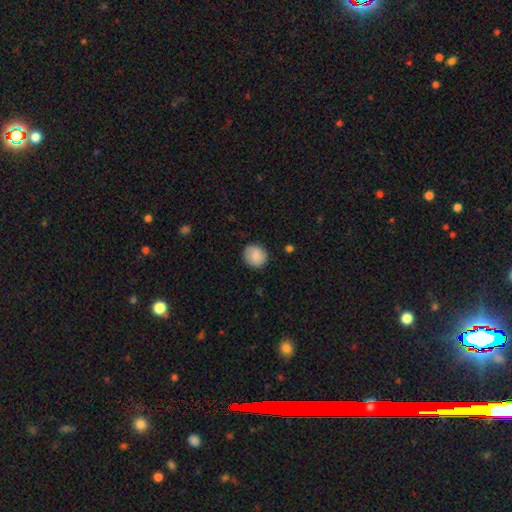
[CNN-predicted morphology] Smooth or featured? smooth (86%)
How rounded? round (86%)
Merging? none (87%)